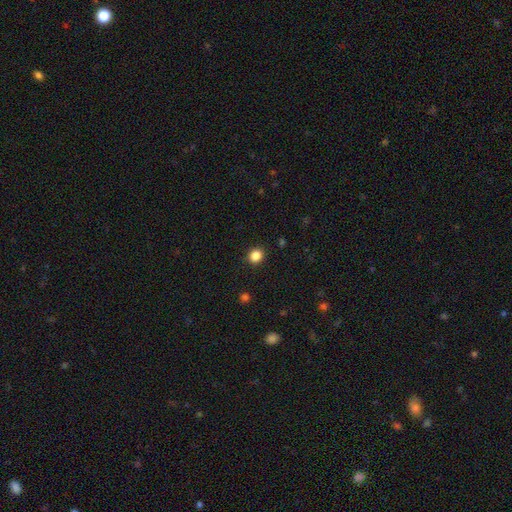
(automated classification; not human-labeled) Smooth or featured? smooth (86%)
How rounded? round (76%)
Merging? none (91%)